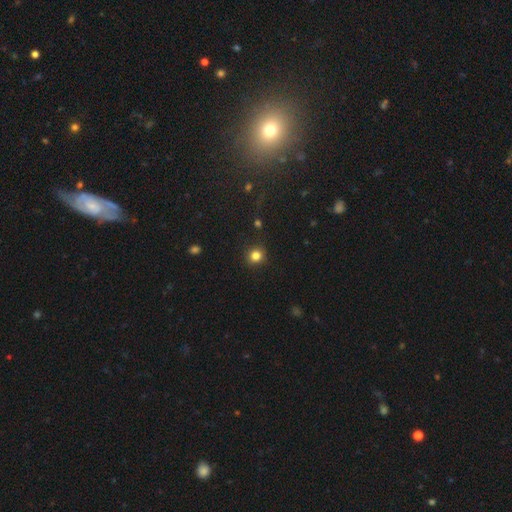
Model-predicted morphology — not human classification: This appears to be a smooth galaxy with no disk features (82%) that is round (90%). Merging: none (90%).